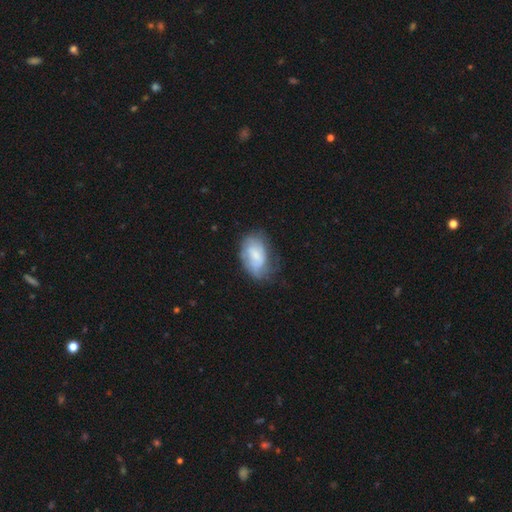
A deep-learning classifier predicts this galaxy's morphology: Smooth or featured?
  - smooth: 55% *
  - featured or disk: 38%
  - star or artifact: 8%
How rounded?
  - in between: 89% *
  - round: 9%
  - cigar-shaped: 2%
Merging?
  - none: 48% *
  - minor disturbance: 33%
  - major disturbance: 17%
  - merger: 2%